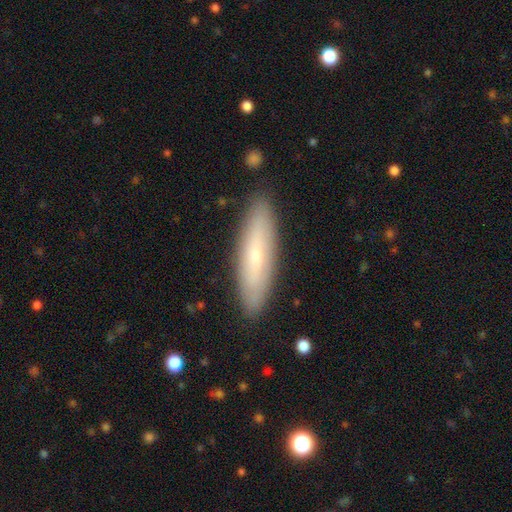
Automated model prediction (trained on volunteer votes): Overall: smooth (59%; featured or disk 34%). How rounded: cigar-shaped (71%). Merging: none (88%).